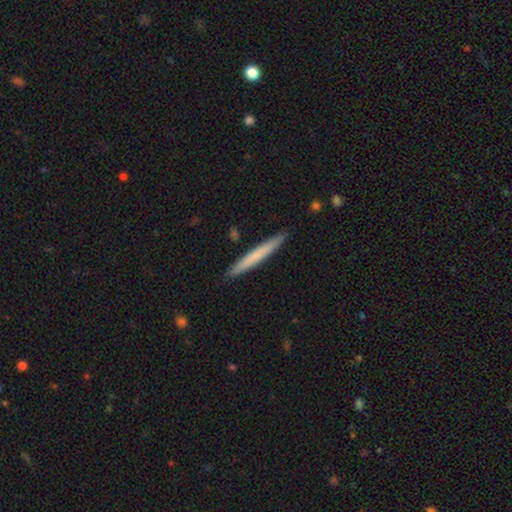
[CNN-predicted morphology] Smooth or featured: smooth — 67% (featured or disk — 28%)
How rounded: cigar-shaped — 97% (in between — 2%)
Merging: none — 91% (minor disturbance — 7%)